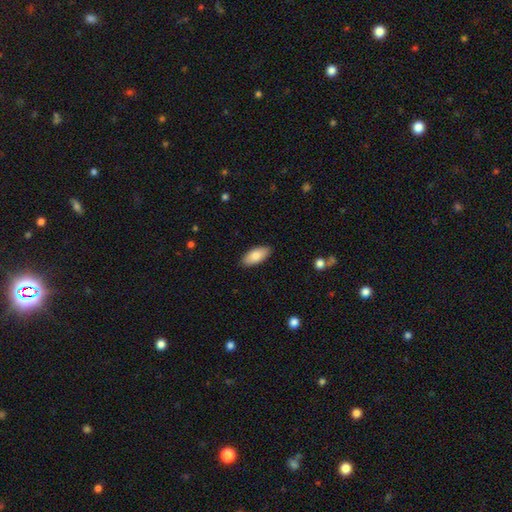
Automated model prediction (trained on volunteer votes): smooth 82%, featured or disk 12%, star or artifact 6%. Down the decision tree: how rounded — in between (89%); merging — none (88%).